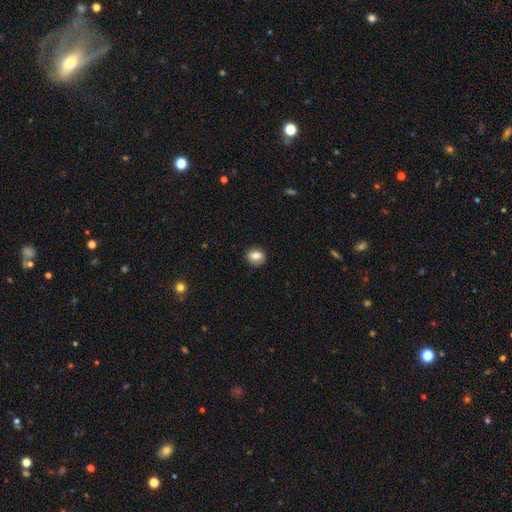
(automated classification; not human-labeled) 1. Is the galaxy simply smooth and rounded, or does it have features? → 81% smooth, 10% featured or disk, 9% star or artifact.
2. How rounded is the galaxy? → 56% round, 42% in between, 1% cigar-shaped.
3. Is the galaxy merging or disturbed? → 86% none, 11% minor disturbance, 3% major disturbance, 1% merger.